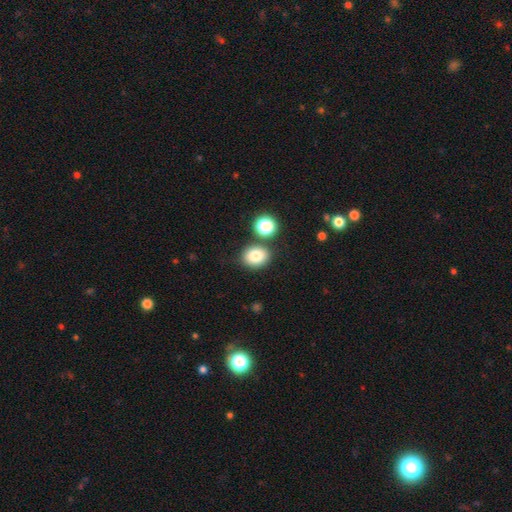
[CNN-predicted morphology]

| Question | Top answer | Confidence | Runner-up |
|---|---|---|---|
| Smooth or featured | smooth | 81% | star or artifact (11%) |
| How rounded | round | 58% | in between (41%) |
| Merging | none | 76% | merger (12%) |